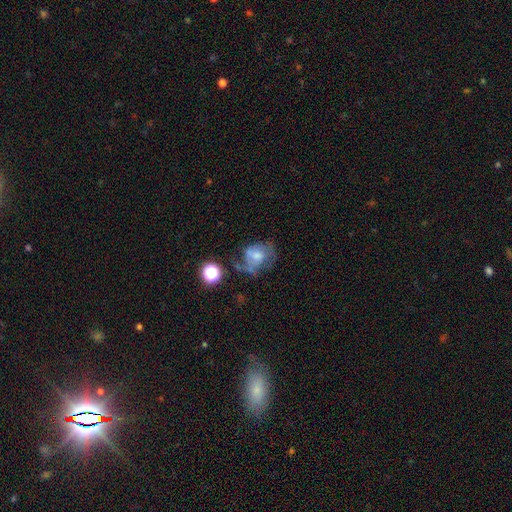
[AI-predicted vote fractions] Morphology: type=smooth (46%); merging=major disturbance (37%).